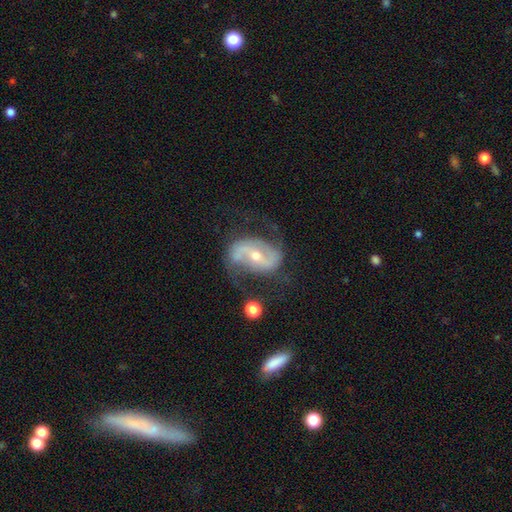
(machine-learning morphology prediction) Smooth or featured? Predicted: featured or disk (p=0.87). Edge-on disk? Predicted: no (p=0.96). Bar? Predicted: strong (p=0.38). Spiral arms? Predicted: yes (p=0.94). Spiral winding? Predicted: loose (p=0.44). Spiral arm count? Predicted: 2 (p=0.90). Bulge size? Predicted: moderate (p=0.50). Merging? Predicted: none (p=0.64).